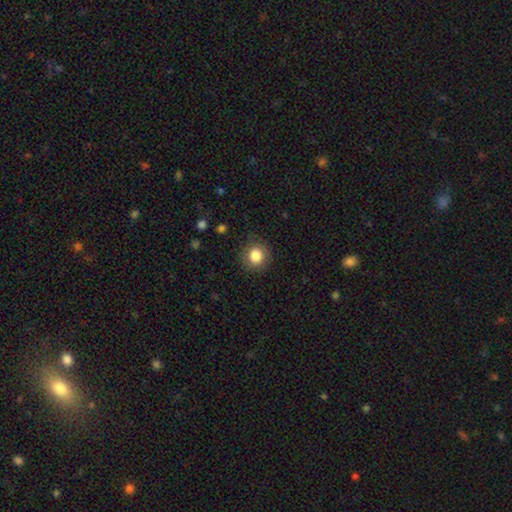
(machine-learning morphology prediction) type=smooth (84%); roundness=round (89%); merging=none (87%).